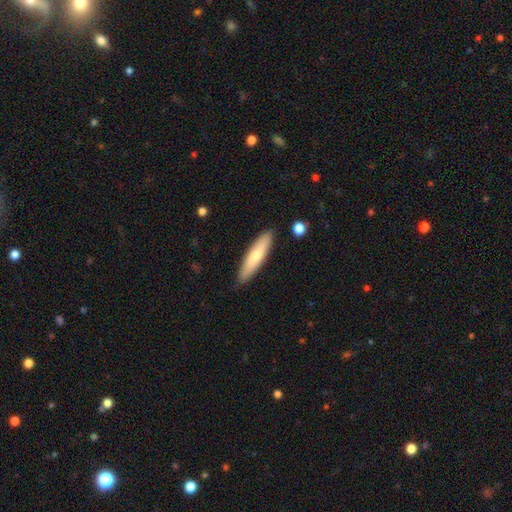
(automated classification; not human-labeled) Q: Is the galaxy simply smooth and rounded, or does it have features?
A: smooth — 70%.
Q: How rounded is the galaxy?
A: cigar-shaped — 78%.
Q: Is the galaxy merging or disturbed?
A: none — 86%.